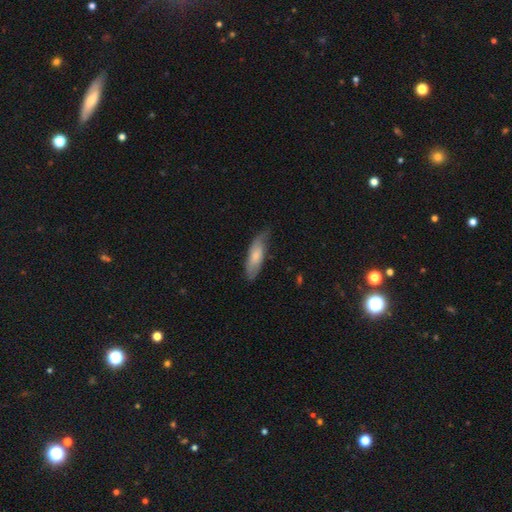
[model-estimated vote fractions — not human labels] Smooth or featured? Predicted: smooth (p=0.60). How rounded? Predicted: in between (p=0.56). Merging? Predicted: none (p=0.59).